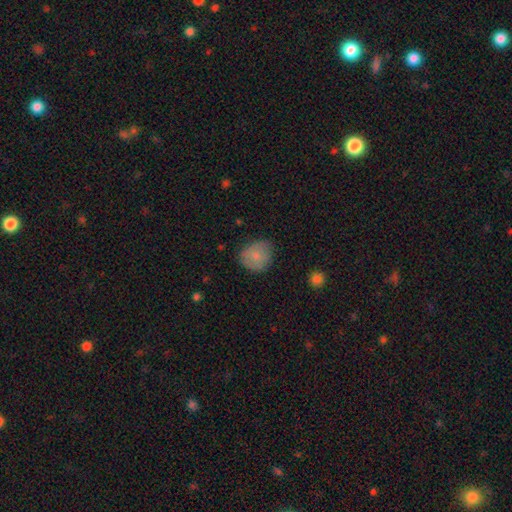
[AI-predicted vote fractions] Smooth or featured? Predicted: smooth (p=0.80). How rounded? Predicted: round (p=0.77). Merging? Predicted: none (p=0.68).